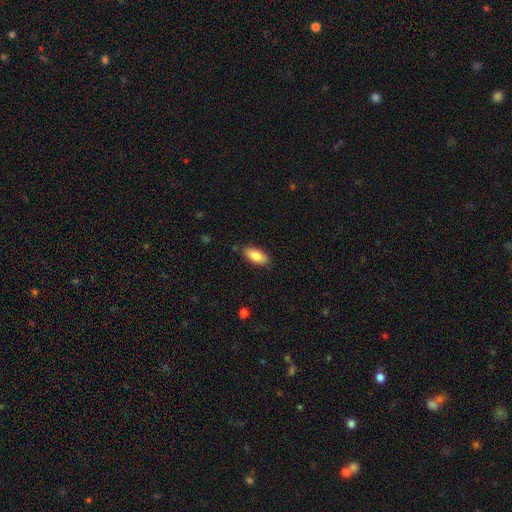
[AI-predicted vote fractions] This is clearly a smooth galaxy (83%). How rounded: clearly in between (87%). Merging: clearly none (85%).